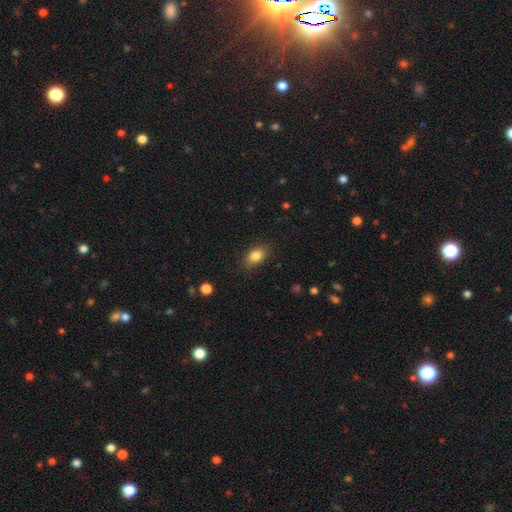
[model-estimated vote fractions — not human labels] Smooth or featured? Predicted: smooth (p=0.84). How rounded? Predicted: in between (p=0.79). Merging? Predicted: none (p=0.83).